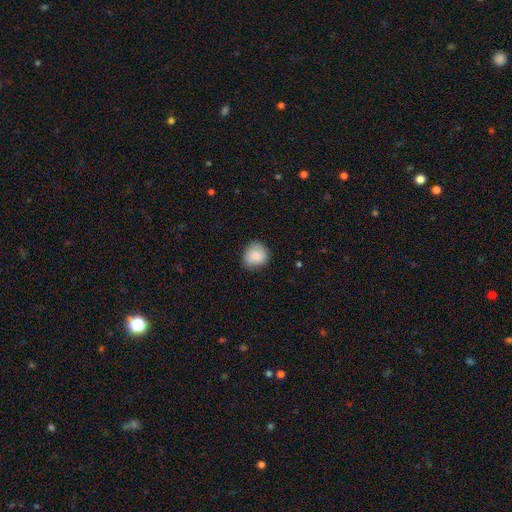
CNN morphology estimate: Smooth or featured? smooth (85%)
How rounded? round (83%)
Merging? none (79%)